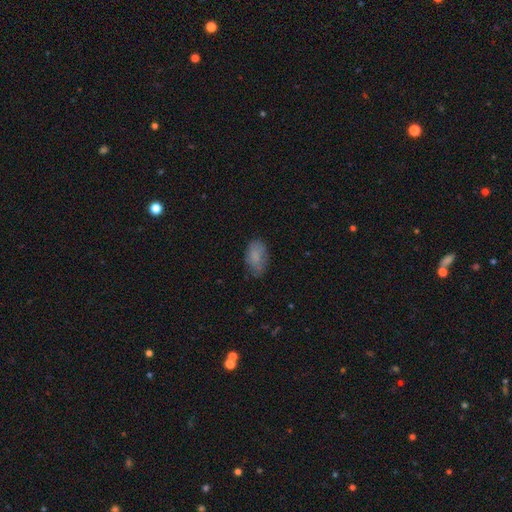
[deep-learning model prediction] smooth 81%, featured or disk 11%, star or artifact 8%. Down the decision tree: how rounded — in between (92%); merging — none (65%).